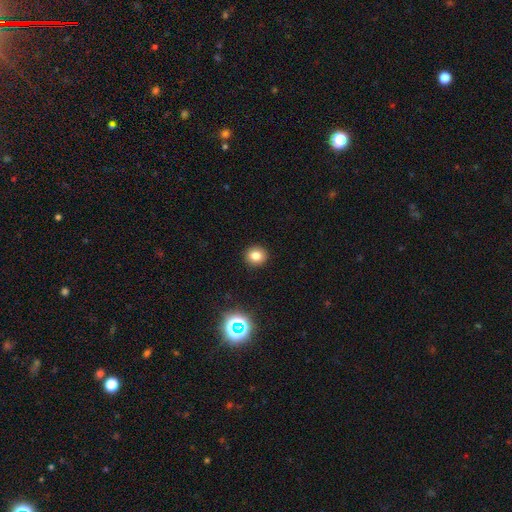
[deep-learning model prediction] This appears to be a smooth galaxy with no disk features (81%) that is round (84%). Merging: none (92%).